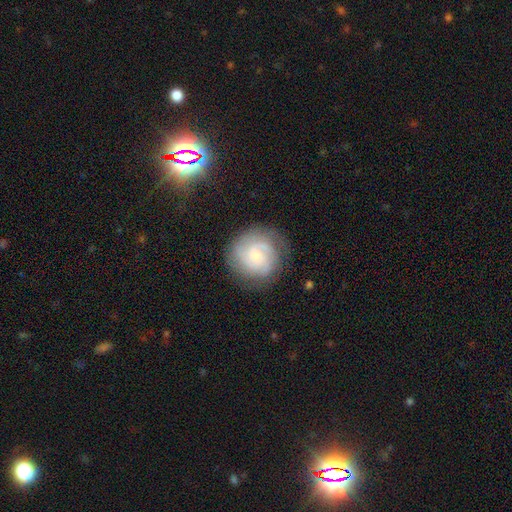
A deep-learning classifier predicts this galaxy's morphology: featured or disk 72%, smooth 21%, star or artifact 7%. Down the decision tree: edge-on disk — no (98%); bar — no (68%); spiral arms — yes (94%); spiral arm count — 3 (30%); spiral winding — tight (54%); bulge size — small (62%); merging — none (79%).